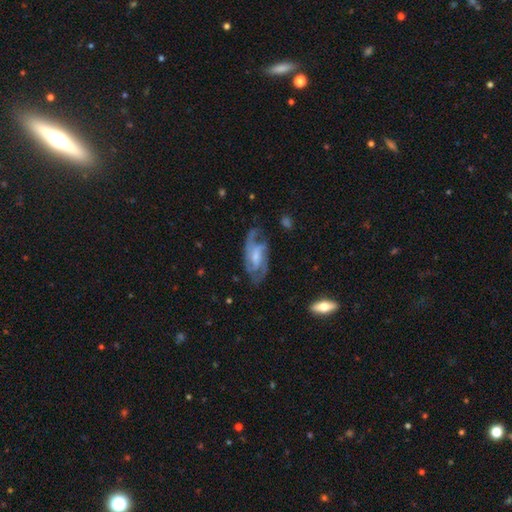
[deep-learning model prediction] featured or disk 85%, smooth 10%, star or artifact 5%. Down the decision tree: edge-on disk — no (96%); bar — weak (48%); spiral arms — yes (95%); spiral arm count — 2 (54%); spiral winding — medium (51%); bulge size — small (41%); merging — none (66%).